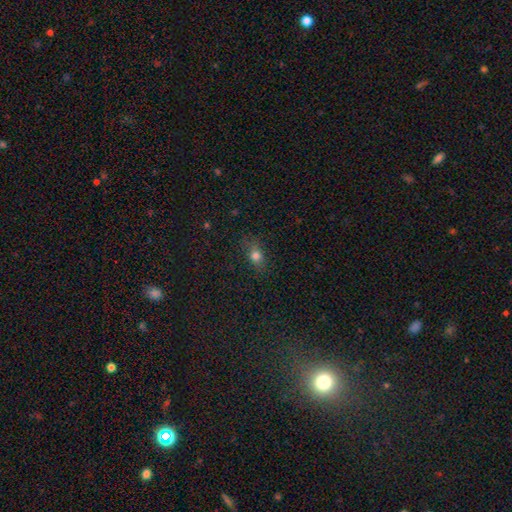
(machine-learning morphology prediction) Q: Smooth or featured?
A: smooth (75%); runner-up: star or artifact (14%)
Q: How rounded?
A: in between (65%); runner-up: round (29%)
Q: Merging?
A: none (79%); runner-up: minor disturbance (15%)